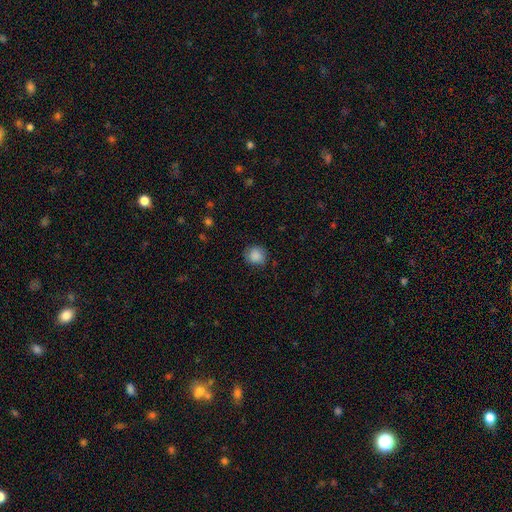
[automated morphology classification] smooth_or_featured: smooth (p=0.87) [alt: star or artifact p=0.08]
how_rounded: round (p=0.82) [alt: in between p=0.17]
merging: none (p=0.80) [alt: minor disturbance p=0.15]